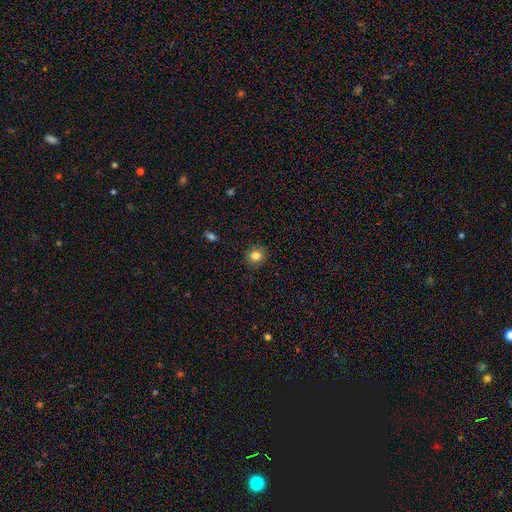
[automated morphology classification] type=smooth (83%); roundness=round (86%); merging=none (88%).